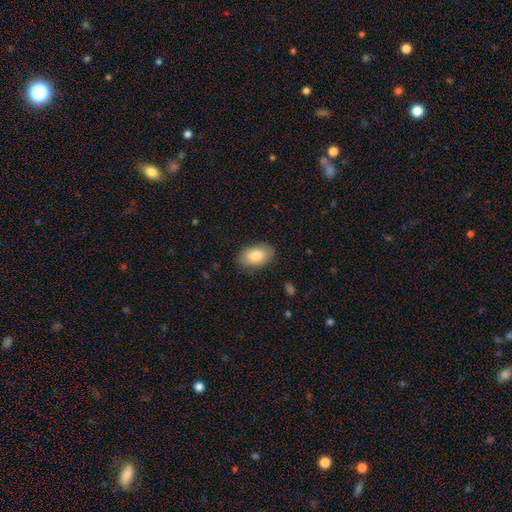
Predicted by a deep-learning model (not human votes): This appears to be a smooth galaxy with no disk features (84%) that is in between round and cigar-shaped (92%). Merging: none (83%).